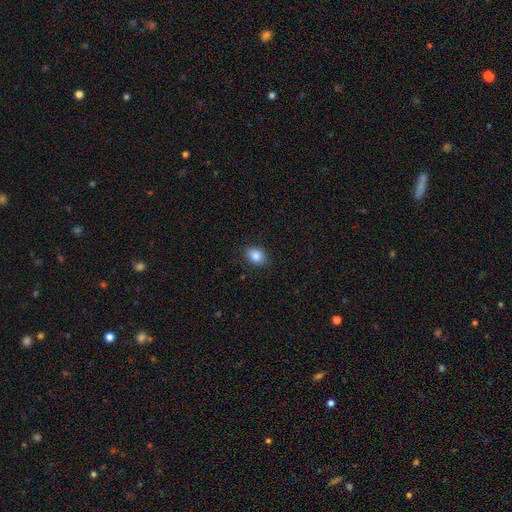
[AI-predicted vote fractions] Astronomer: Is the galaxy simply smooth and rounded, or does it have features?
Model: smooth — 87%.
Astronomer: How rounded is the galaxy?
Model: in between — 61% (runner-up: round, 38%).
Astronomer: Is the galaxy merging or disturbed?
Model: none — 87%.